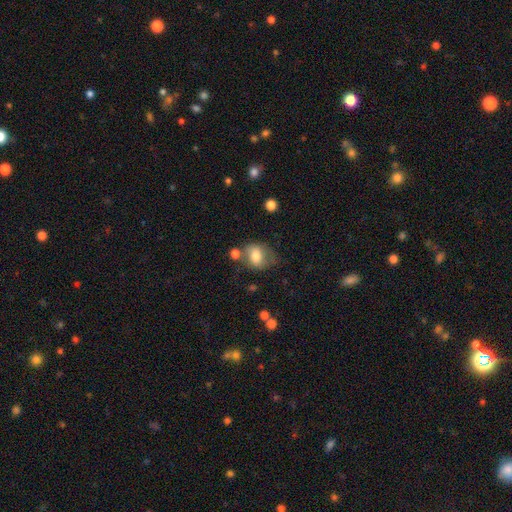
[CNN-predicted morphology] A smooth galaxy with no disk features (68%) that is in between round and cigar-shaped (53%). Merging: none (46%).